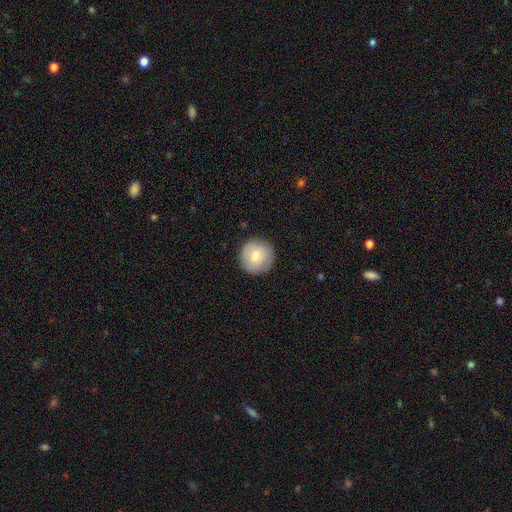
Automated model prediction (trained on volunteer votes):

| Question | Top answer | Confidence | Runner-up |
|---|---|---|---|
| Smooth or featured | smooth | 70% | featured or disk (22%) |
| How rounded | round | 95% | in between (4%) |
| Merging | none | 87% | minor disturbance (10%) |